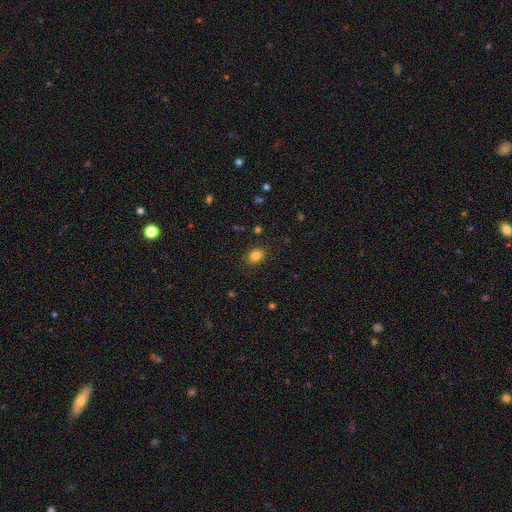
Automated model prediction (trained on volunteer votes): Smooth or featured? Predicted: smooth (p=0.83). How rounded? Predicted: in between (p=0.60). Merging? Predicted: none (p=0.88).